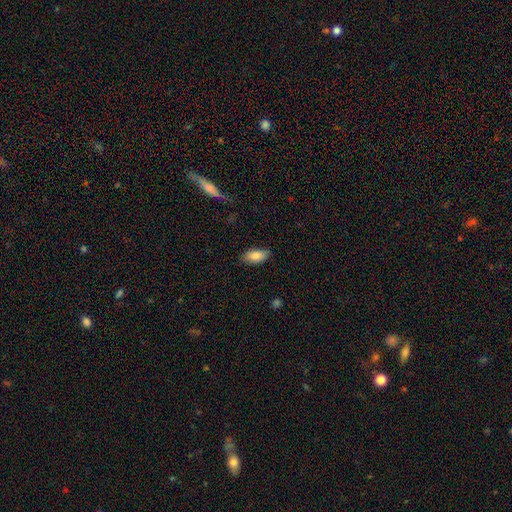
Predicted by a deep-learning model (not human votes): Smooth or featured: smooth — 82% (featured or disk — 11%)
How rounded: in between — 90% (cigar-shaped — 8%)
Merging: none — 82% (minor disturbance — 14%)